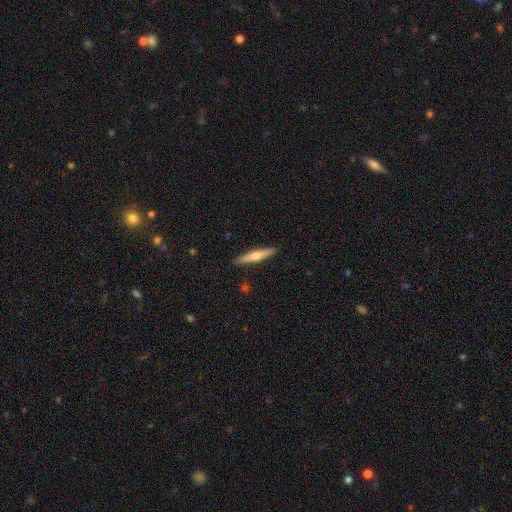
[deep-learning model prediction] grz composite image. It shows a featured or disk galaxy (53%) viewed edge-on (96%) with a rounded central bulge (86%). Merging: none (91%).